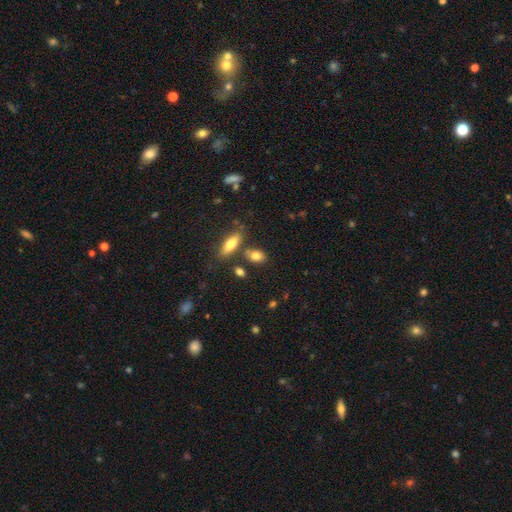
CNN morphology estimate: This is clearly a smooth galaxy (81%). How rounded: clearly in between (81%). Merging: likely none (67%).